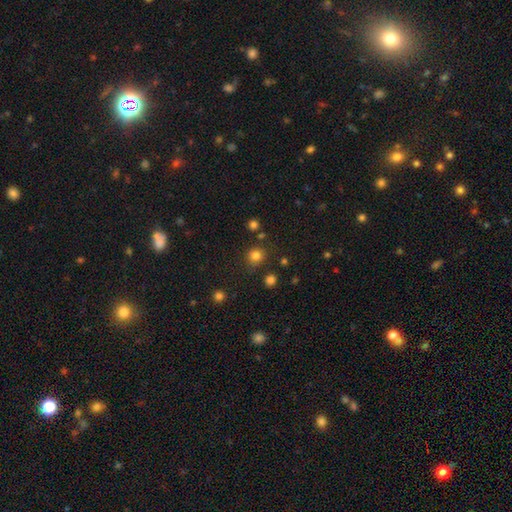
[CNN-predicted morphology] This is likely a smooth galaxy (80%). How rounded: clearly round (88%). Merging: clearly none (82%).